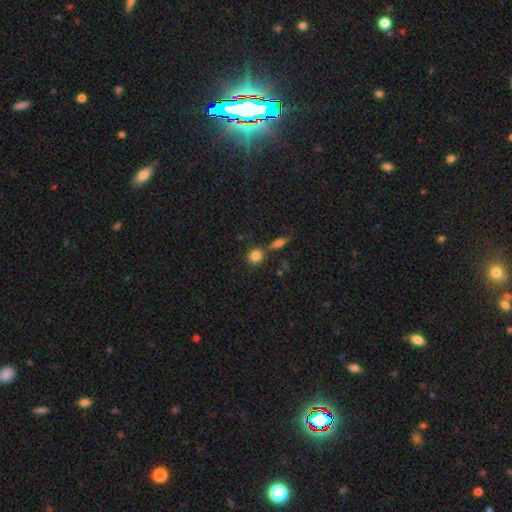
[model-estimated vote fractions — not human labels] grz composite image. It shows a smooth galaxy with no disk features (81%) that is round (87%). Merging: none (68%).